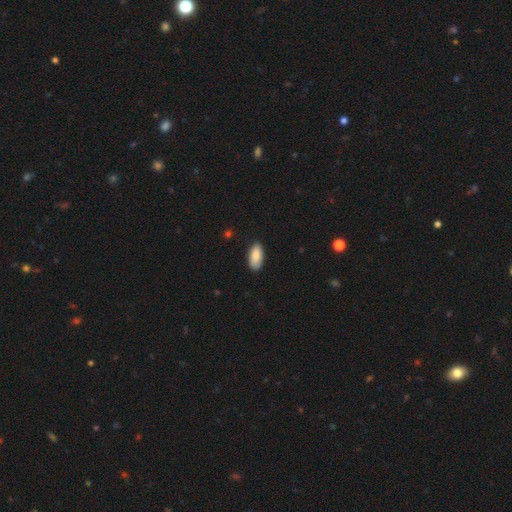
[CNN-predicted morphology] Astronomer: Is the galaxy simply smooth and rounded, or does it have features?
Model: smooth — 87%.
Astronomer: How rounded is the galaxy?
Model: in between — 92%.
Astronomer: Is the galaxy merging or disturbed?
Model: none — 86%.